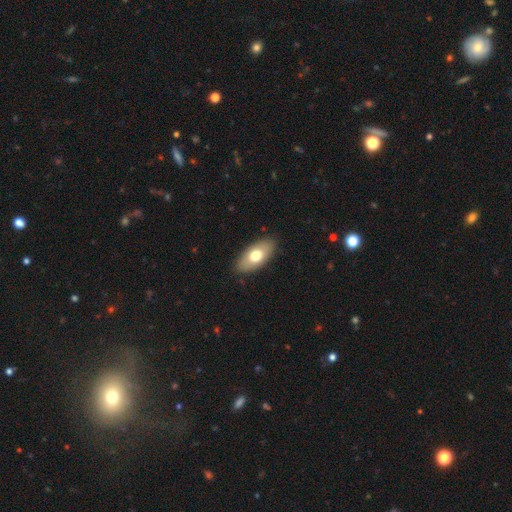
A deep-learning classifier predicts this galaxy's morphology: smooth_or_featured: smooth (p=0.69) [alt: featured or disk p=0.24]
how_rounded: in between (p=0.91) [alt: cigar-shaped p=0.06]
merging: none (p=0.87) [alt: minor disturbance p=0.10]